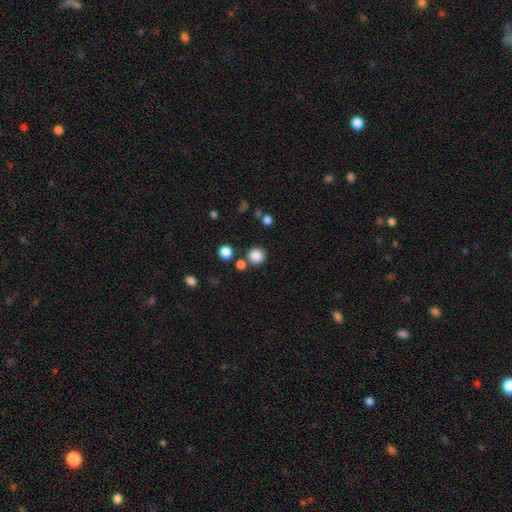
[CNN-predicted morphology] This is clearly a smooth galaxy (85%). How rounded: clearly round (92%). Merging: likely none (80%).